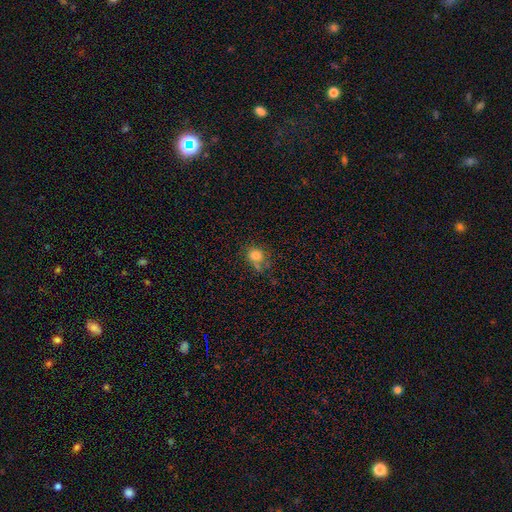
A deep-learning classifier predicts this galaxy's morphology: Smooth or featured: smooth — 79% (star or artifact — 12%)
How rounded: round — 73% (in between — 26%)
Merging: none — 57% (minor disturbance — 22%)